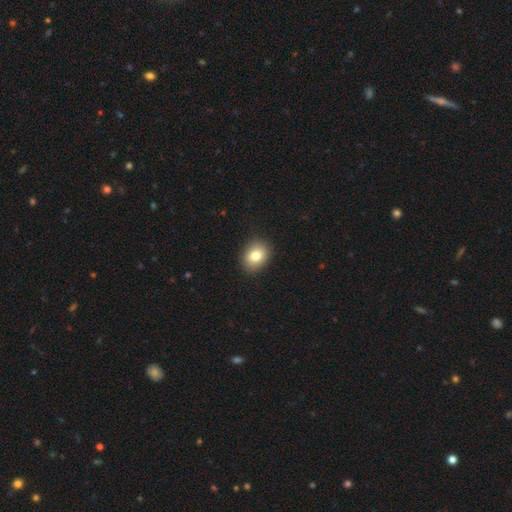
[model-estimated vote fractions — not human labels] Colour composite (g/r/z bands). It shows a smooth galaxy with no disk features (80%) that is in between round and cigar-shaped (57%). Merging: none (88%).